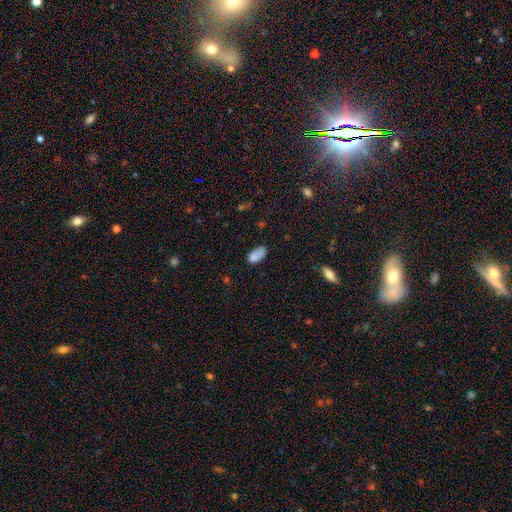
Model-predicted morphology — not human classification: Overall: smooth (81%). How rounded: in between (92%). Merging: none (53%; minor disturbance 27%).